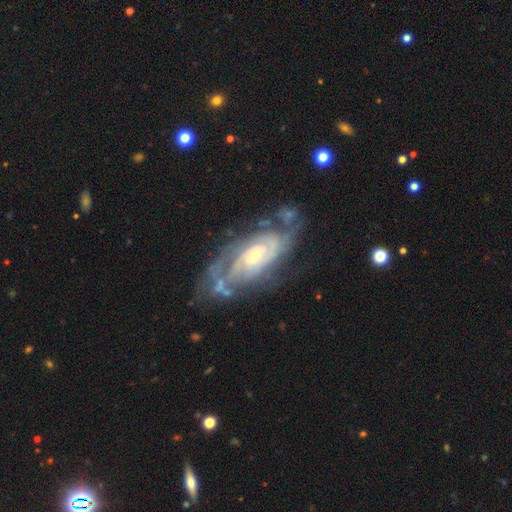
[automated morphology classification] Smooth or featured? Predicted: featured or disk (p=0.87). Edge-on disk? Predicted: no (p=0.93). Bar? Predicted: no (p=0.57). Spiral arms? Predicted: yes (p=0.95). Spiral winding? Predicted: tight (p=0.63). Spiral arm count? Predicted: can't tell (p=0.34). Bulge size? Predicted: small (p=0.56). Merging? Predicted: none (p=0.61).